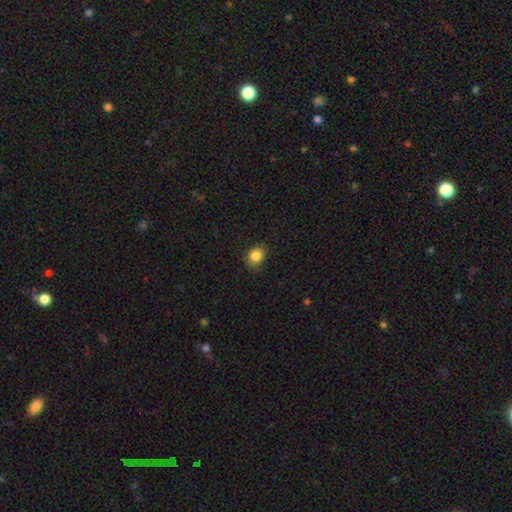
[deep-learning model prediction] Smooth or featured? Predicted: smooth (p=0.85). How rounded? Predicted: round (p=0.62). Merging? Predicted: none (p=0.80).